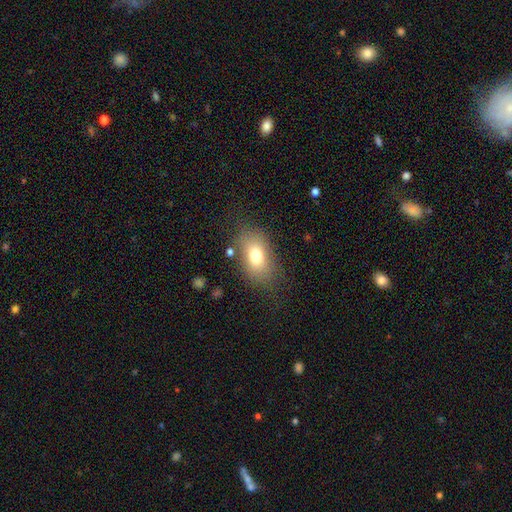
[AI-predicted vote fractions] A smooth galaxy with no disk features (75%) that is in between round and cigar-shaped (86%).

Vote fractions:
- Smooth or featured? smooth: 75% / featured or disk: 15% / star or artifact: 10%
- How rounded? in between: 86% / round: 13% / cigar-shaped: 2%
- Merging? none: 73% / minor disturbance: 16% / major disturbance: 8% / merger: 3%